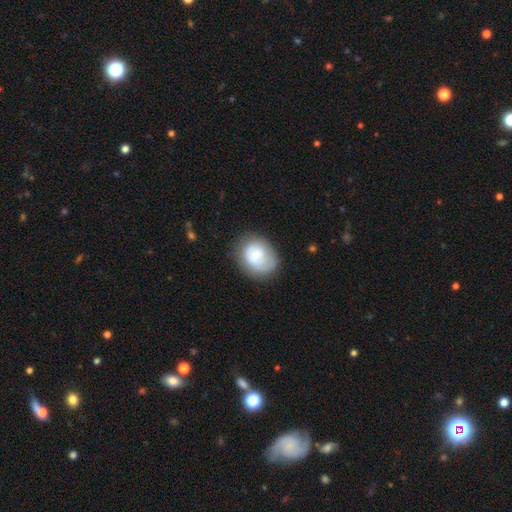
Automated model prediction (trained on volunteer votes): Smooth or featured? smooth (61%)
How rounded? round (54%)
Merging? none (66%)